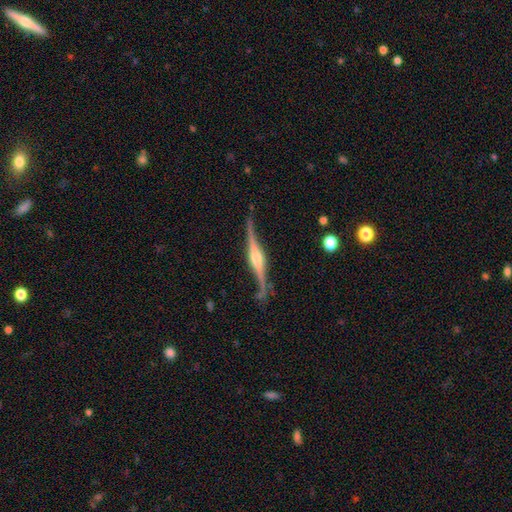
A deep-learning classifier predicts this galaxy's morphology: A featured or disk galaxy (88%) viewed edge-on (92%) with a rounded central bulge (85%). Merging: none (73%).